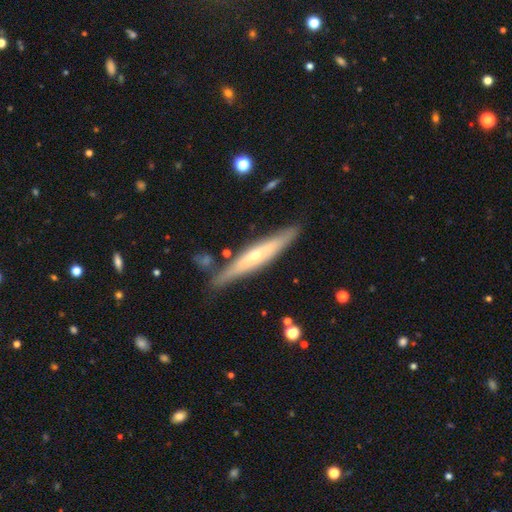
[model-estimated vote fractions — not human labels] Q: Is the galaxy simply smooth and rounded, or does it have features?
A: featured or disk — 63%.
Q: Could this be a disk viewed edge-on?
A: yes — 88%.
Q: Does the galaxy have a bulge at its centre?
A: rounded — 78%.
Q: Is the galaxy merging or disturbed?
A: none — 83%.